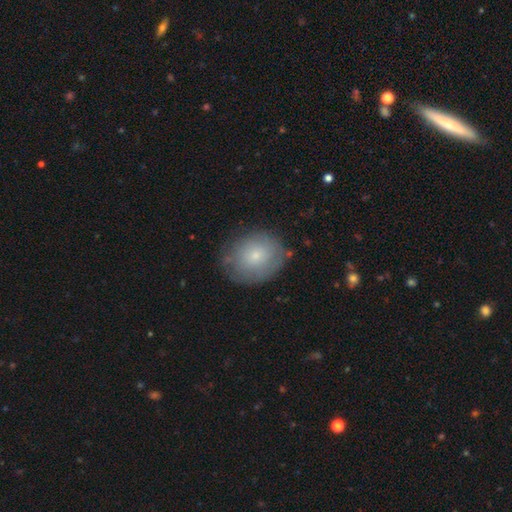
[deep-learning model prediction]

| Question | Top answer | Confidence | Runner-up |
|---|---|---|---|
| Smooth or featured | smooth | 68% | featured or disk (23%) |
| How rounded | round | 62% | in between (37%) |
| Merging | none | 73% | minor disturbance (19%) |